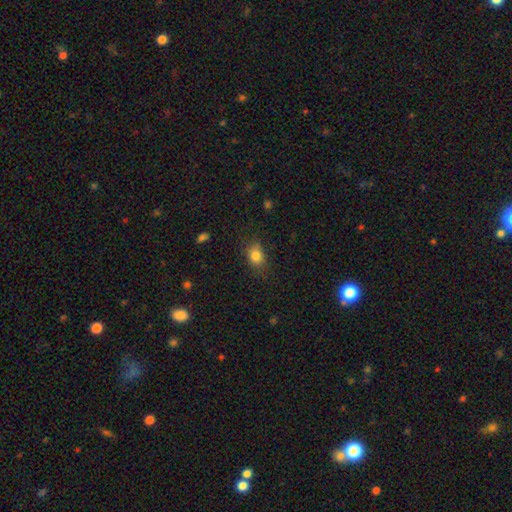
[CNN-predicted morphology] Overall: smooth (83%). How rounded: in between (62%; round 36%). Merging: none (78%).